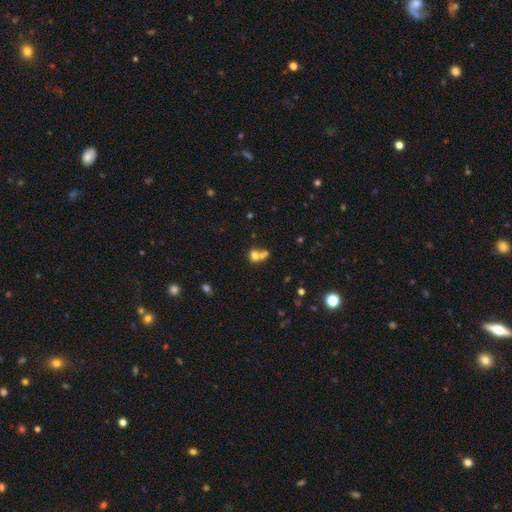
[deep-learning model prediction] Morphology: type=smooth (69%); roundness=round (73%); merging=merger (54%).